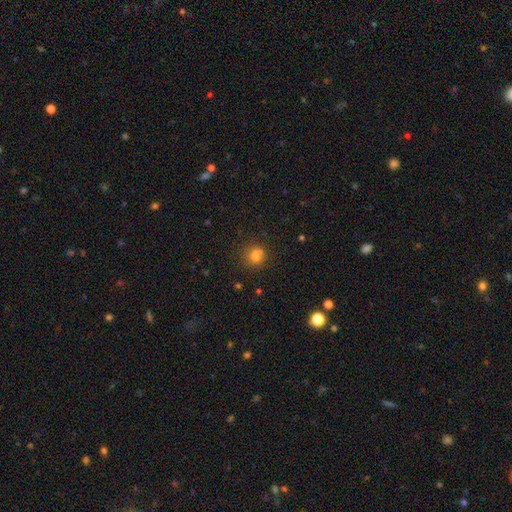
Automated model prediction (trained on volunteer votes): Morphology: type=smooth (71%); roundness=round (81%); merging=none (56%).